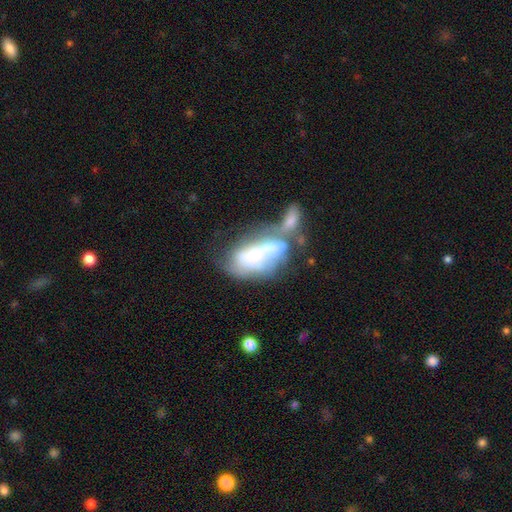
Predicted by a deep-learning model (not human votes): A featured or disk galaxy (54%) with no bar (84%), no spiral arms (85%) and no central bulge (37%). Merging: merger (55%).